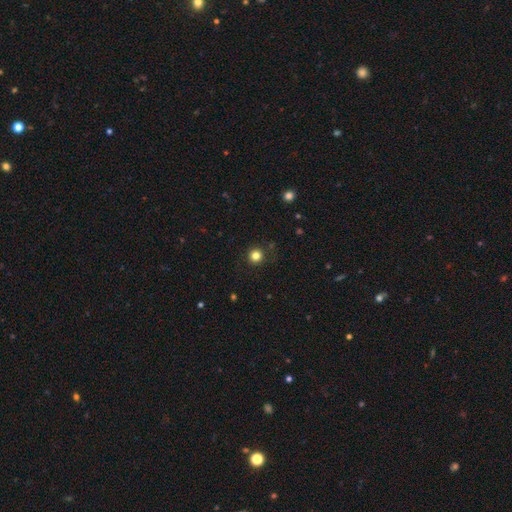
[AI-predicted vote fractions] The model was most divided on "smooth or featured": smooth: 82%, star or artifact: 13%, featured or disk: 5%. More confident: how rounded — round (95%); merging — none (90%).